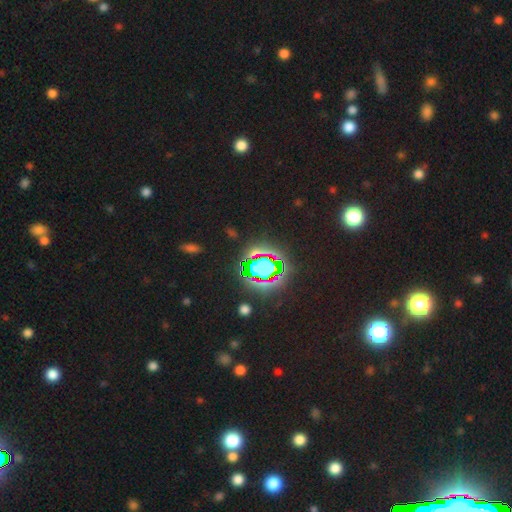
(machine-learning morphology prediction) Smooth or featured? star or artifact (79%)